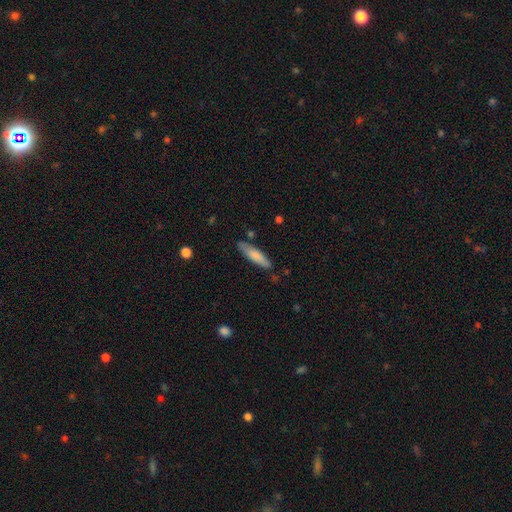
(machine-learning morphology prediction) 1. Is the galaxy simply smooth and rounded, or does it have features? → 77% smooth, 17% featured or disk, 6% star or artifact.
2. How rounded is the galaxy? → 74% cigar-shaped, 25% in between, 1% round.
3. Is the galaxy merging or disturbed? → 78% none, 16% minor disturbance, 3% merger, 3% major disturbance.